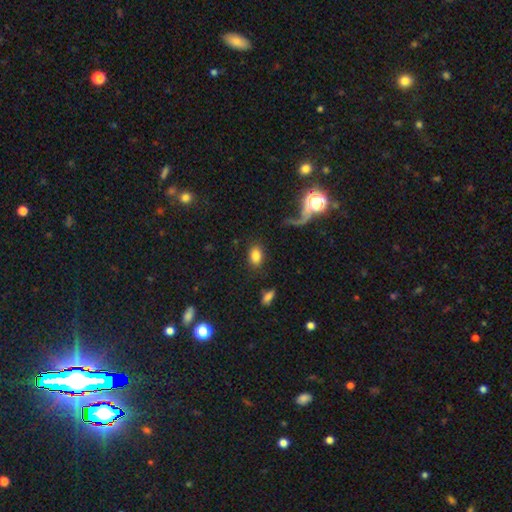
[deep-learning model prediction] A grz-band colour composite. It shows a smooth galaxy with no disk features (81%) that is in between round and cigar-shaped (79%). Merging: none (80%).